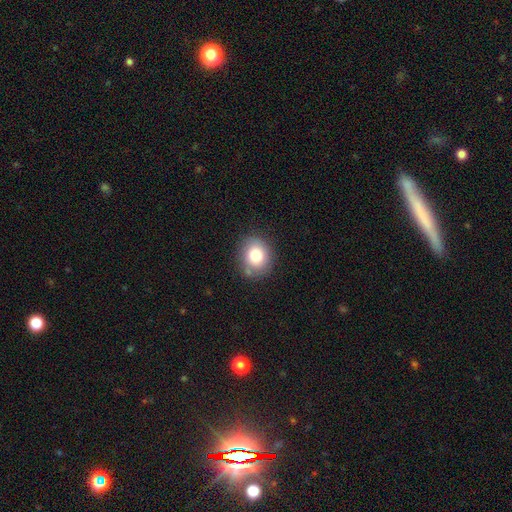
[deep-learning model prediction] A smooth galaxy with no disk features (80%) that is round (68%).

Vote fractions:
- Smooth or featured? smooth: 80% / featured or disk: 11% / star or artifact: 9%
- How rounded? round: 68% / in between: 31% / cigar-shaped: 1%
- Merging? none: 78% / minor disturbance: 15% / major disturbance: 4% / merger: 3%